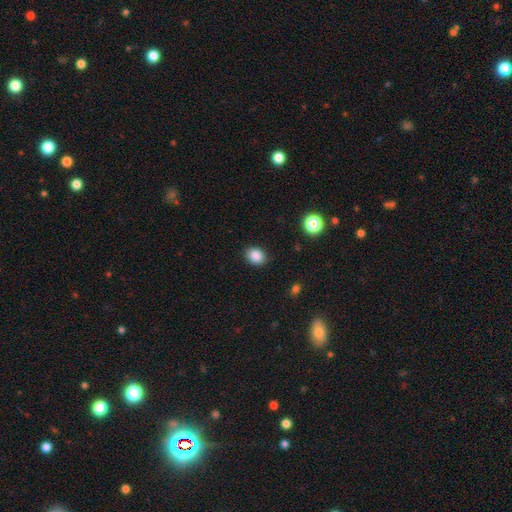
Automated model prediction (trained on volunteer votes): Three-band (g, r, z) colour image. It shows a smooth galaxy with no disk features (87%) that is in between round and cigar-shaped (51%). Merging: none (87%).